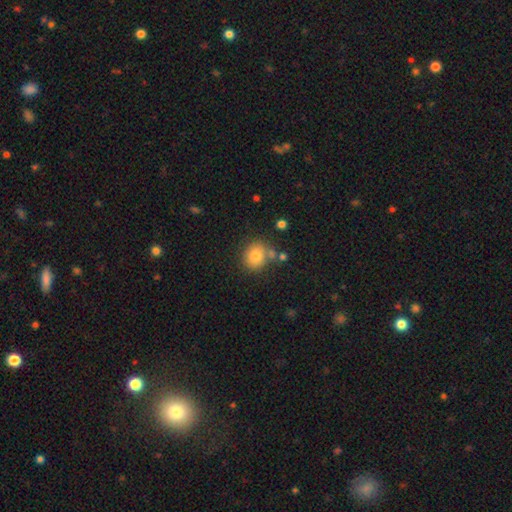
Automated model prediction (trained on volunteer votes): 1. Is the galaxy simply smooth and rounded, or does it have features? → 80% smooth, 11% star or artifact, 9% featured or disk.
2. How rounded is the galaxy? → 77% round, 23% in between, 1% cigar-shaped.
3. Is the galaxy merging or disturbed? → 72% none, 13% minor disturbance, 12% merger, 4% major disturbance.